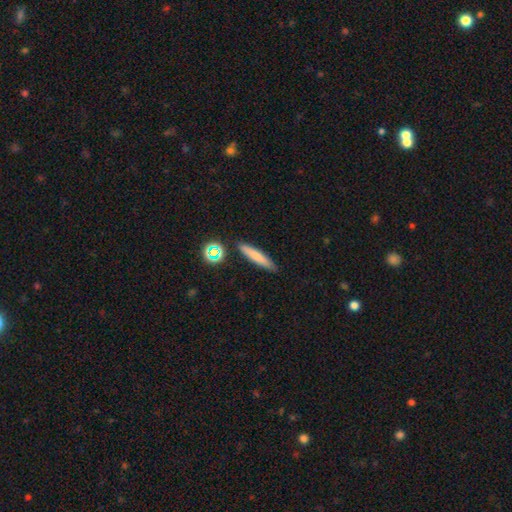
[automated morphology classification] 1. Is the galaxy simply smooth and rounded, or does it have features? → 72% smooth, 19% featured or disk, 10% star or artifact.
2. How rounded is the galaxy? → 88% cigar-shaped, 9% in between, 2% round.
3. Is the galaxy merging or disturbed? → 86% none, 9% minor disturbance, 3% merger, 2% major disturbance.